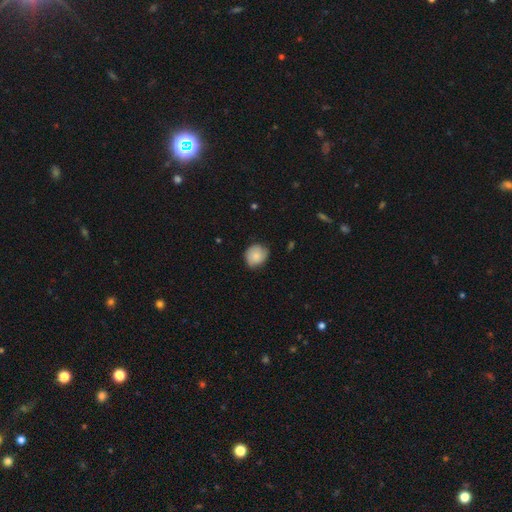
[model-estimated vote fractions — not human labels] smooth 80%, featured or disk 13%, star or artifact 7%. Down the decision tree: how rounded — round (79%); merging — none (72%).